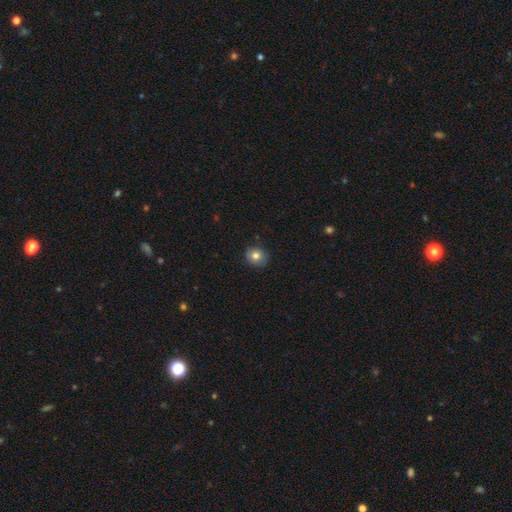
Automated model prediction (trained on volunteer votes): A smooth galaxy with no disk features (79%) that is round (74%). Merging: none (86%).